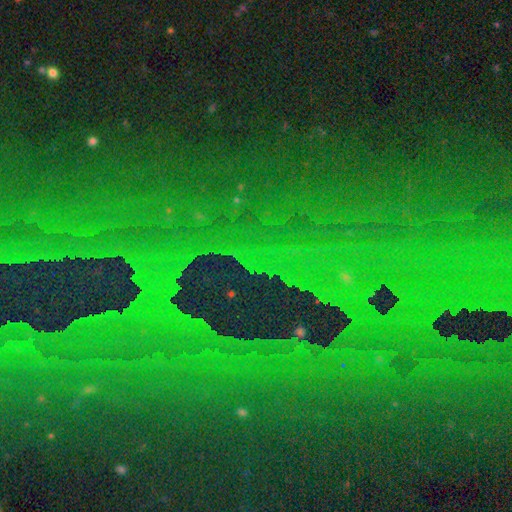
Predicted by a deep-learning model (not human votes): smooth_or_featured: star or artifact (p=0.85) [alt: smooth p=0.08]